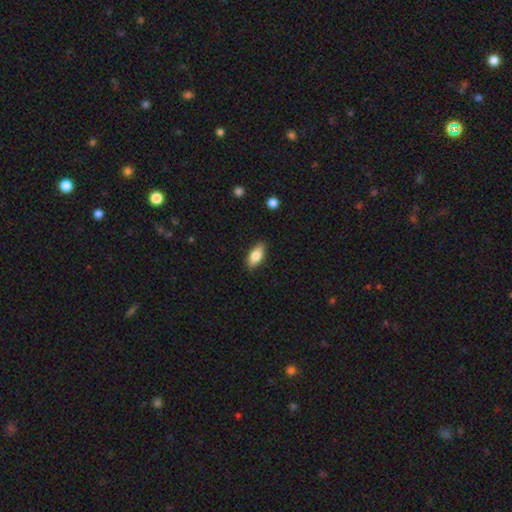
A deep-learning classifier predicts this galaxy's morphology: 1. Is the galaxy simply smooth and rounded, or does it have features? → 76% smooth, 17% featured or disk, 7% star or artifact.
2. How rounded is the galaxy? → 84% in between, 12% cigar-shaped, 3% round.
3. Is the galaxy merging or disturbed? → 85% none, 11% minor disturbance, 2% major disturbance, 1% merger.